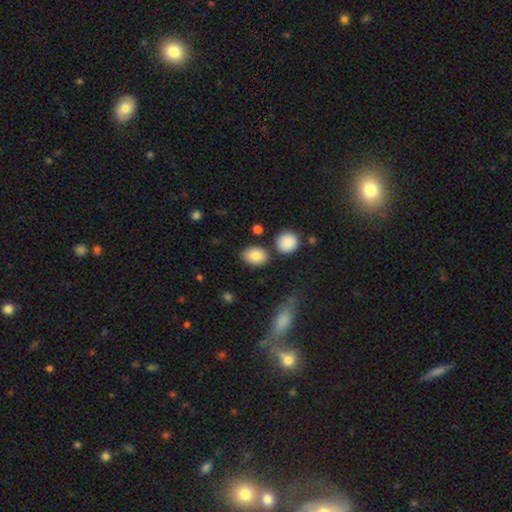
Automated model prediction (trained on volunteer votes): Morphology: type=smooth (86%); roundness=in between (75%); merging=none (77%).